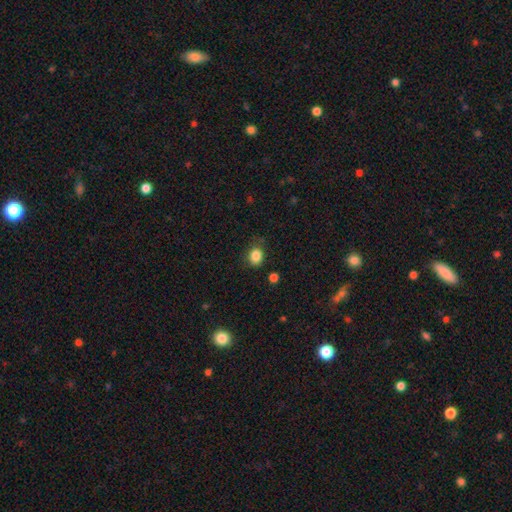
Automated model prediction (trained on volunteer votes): Smooth or featured: smooth — 85% (star or artifact — 10%)
How rounded: round — 55% (in between — 44%)
Merging: none — 73% (minor disturbance — 20%)